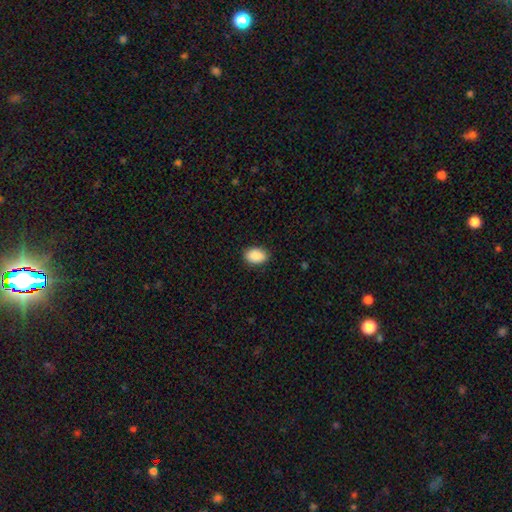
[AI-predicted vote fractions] Q: Smooth or featured?
A: smooth (91%); runner-up: star or artifact (7%)
Q: How rounded?
A: in between (84%); runner-up: round (15%)
Q: Merging?
A: none (89%); runner-up: minor disturbance (8%)